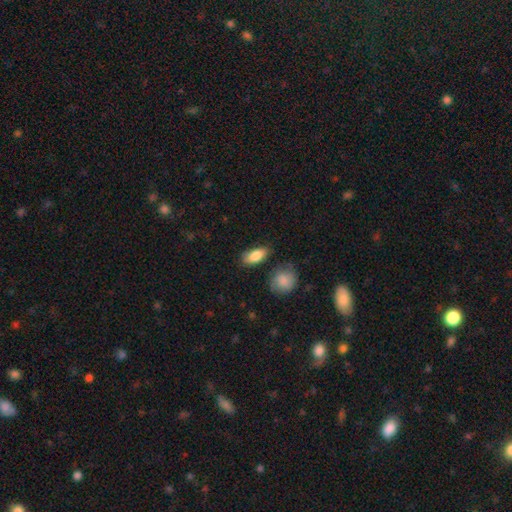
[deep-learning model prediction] Morphology: type=smooth (85%); roundness=in between (86%); merging=none (78%).